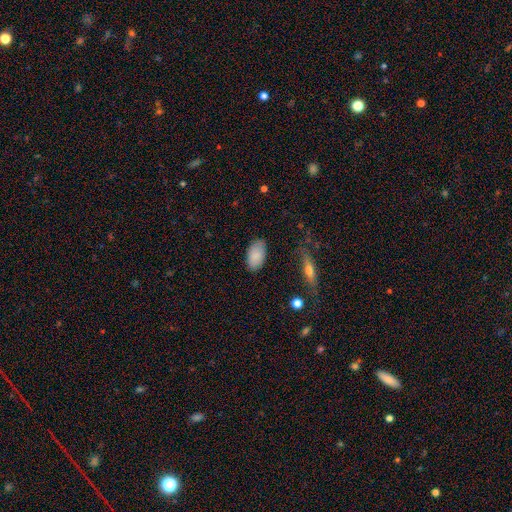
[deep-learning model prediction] smooth_or_featured: smooth (p=0.86) [alt: featured or disk p=0.07]
how_rounded: in between (p=0.94) [alt: round p=0.04]
merging: none (p=0.81) [alt: minor disturbance p=0.14]